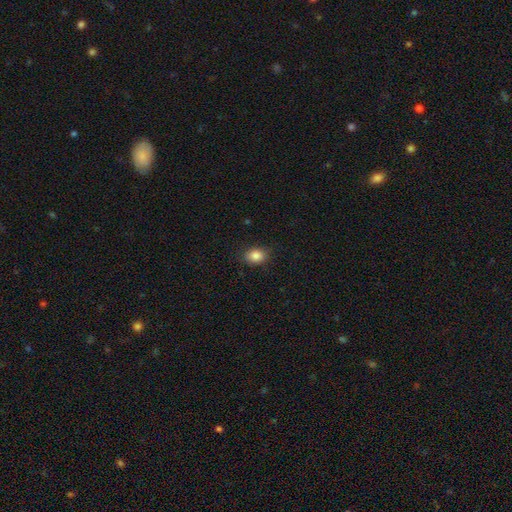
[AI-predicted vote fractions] This is clearly a smooth galaxy (86%). How rounded: likely in between (61%). Merging: clearly none (86%).